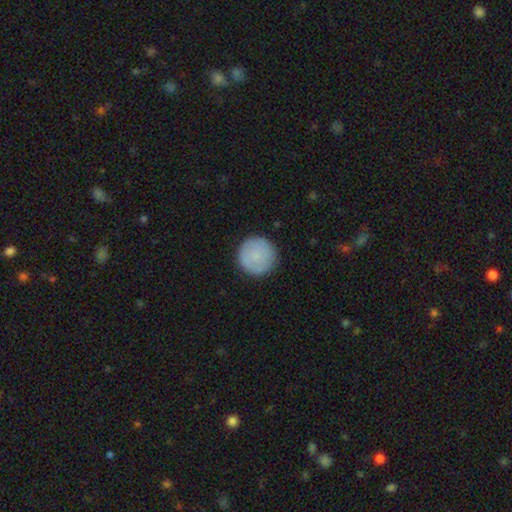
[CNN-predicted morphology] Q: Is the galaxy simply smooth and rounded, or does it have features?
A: smooth — 82%.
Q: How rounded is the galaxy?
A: round — 96%.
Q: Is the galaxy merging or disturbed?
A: none — 89%.